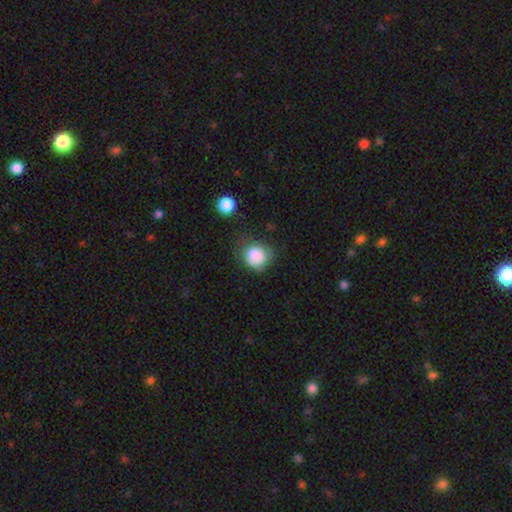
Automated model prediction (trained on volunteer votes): smooth-or-featured: smooth: 82% | featured or disk: 9% | star or artifact: 9%
  how-rounded: round: 77% | in between: 22% | cigar-shaped: 1%
  merging: none: 51% | minor disturbance: 30% | major disturbance: 14% | merger: 5%